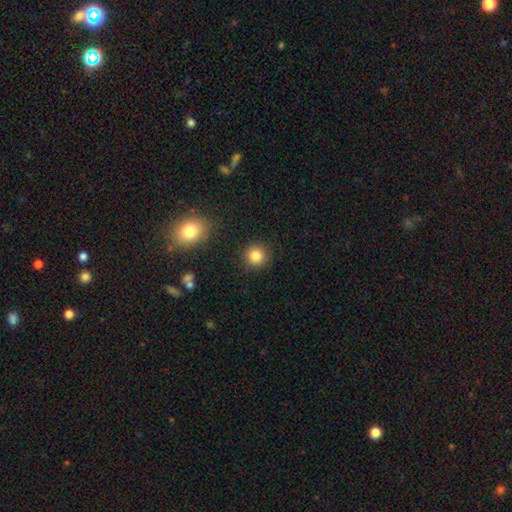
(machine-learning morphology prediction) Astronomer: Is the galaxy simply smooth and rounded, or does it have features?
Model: smooth — 84%.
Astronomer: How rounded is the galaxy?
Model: round — 93%.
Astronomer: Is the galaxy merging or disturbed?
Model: none — 90%.